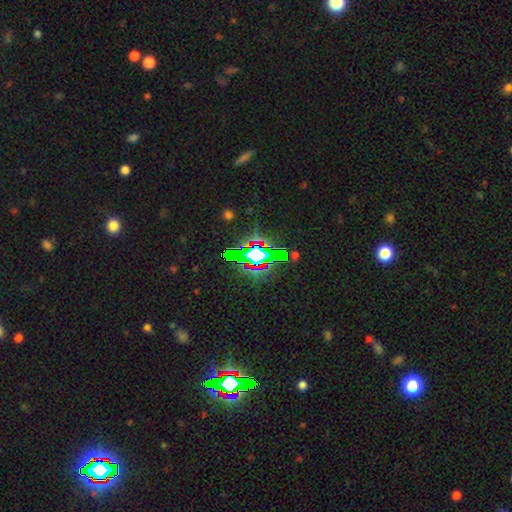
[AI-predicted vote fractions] Morphology: type=star or artifact (63%).